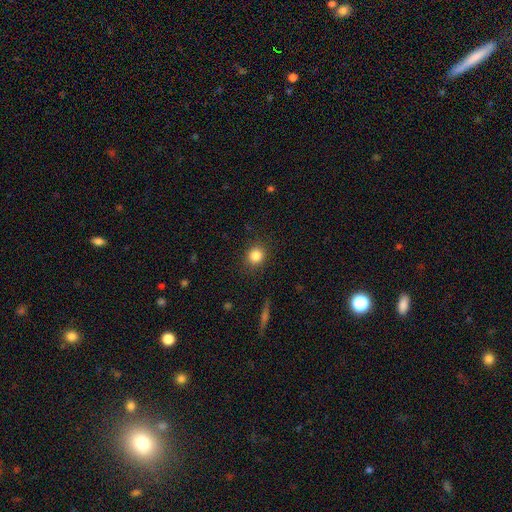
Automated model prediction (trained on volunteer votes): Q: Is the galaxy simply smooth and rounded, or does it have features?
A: smooth — 85%.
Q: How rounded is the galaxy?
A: round — 82%.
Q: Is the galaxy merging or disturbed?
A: none — 88%.